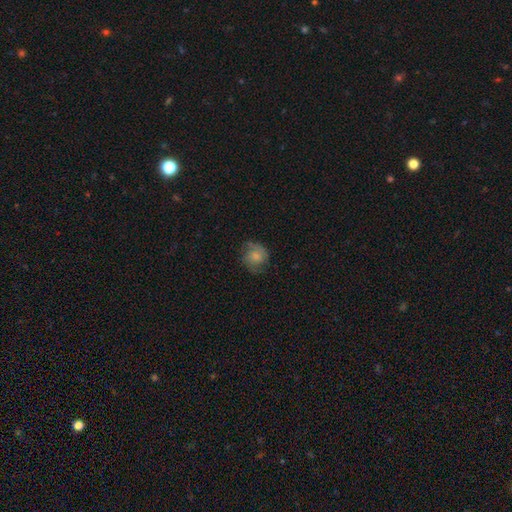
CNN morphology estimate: This appears to be a smooth galaxy with no disk features (57%) that is round (78%). Merging: none (65%).